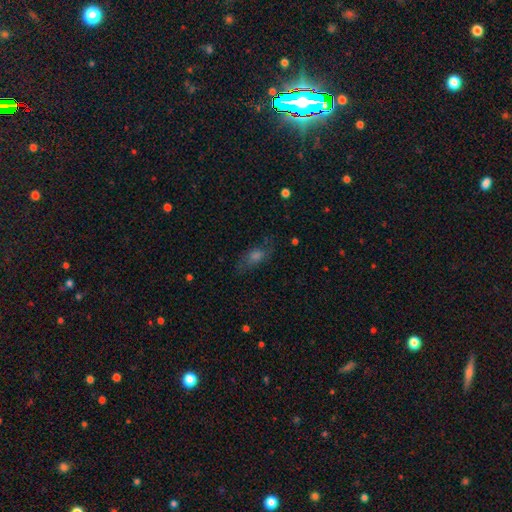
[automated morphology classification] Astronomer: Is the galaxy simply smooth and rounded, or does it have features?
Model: smooth — 43% (runner-up: featured or disk, 34%).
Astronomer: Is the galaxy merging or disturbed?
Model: none — 71%.